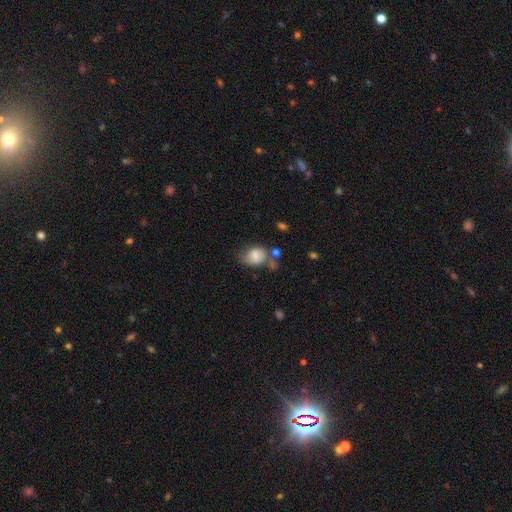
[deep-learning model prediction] smooth_or_featured: smooth (p=0.74) [alt: featured or disk p=0.17]
how_rounded: in between (p=0.64) [alt: round p=0.35]
merging: none (p=0.44) [alt: minor disturbance p=0.30]